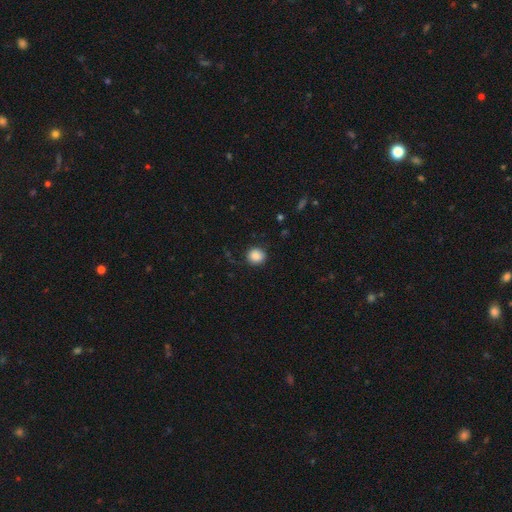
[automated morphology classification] smooth-or-featured: smooth: 88% | star or artifact: 9% | featured or disk: 3%
  how-rounded: round: 87% | in between: 12% | cigar-shaped: 1%
  merging: none: 87% | minor disturbance: 9% | major disturbance: 3% | merger: 1%